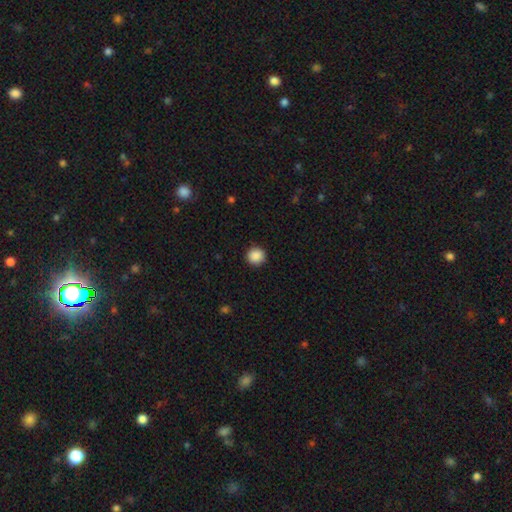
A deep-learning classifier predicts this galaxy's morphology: A smooth galaxy with no disk features (89%) that is round (93%). Merging: none (92%).